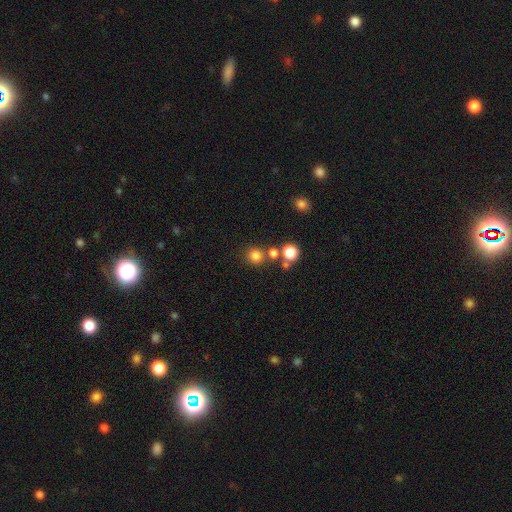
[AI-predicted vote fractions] Q: Smooth or featured?
A: smooth (78%); runner-up: star or artifact (16%)
Q: How rounded?
A: round (90%); runner-up: in between (9%)
Q: Merging?
A: none (73%); runner-up: merger (15%)